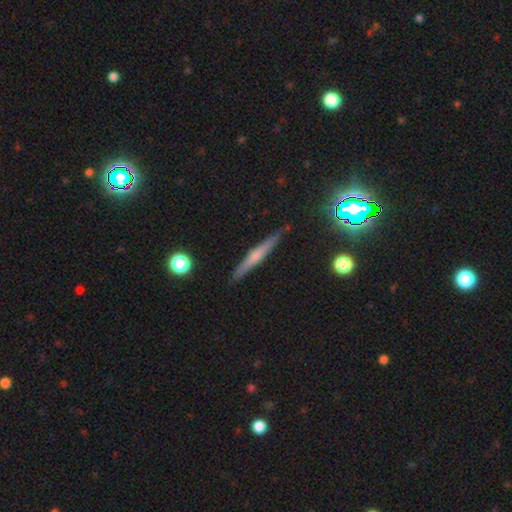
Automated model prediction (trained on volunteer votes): smooth_or_featured: featured or disk (p=0.55) [alt: smooth p=0.36]
disk_edge_on: yes (p=0.97) [alt: no p=0.03]
edge_on_bulge: rounded (p=0.59) [alt: none p=0.30]
merging: none (p=0.89) [alt: minor disturbance p=0.08]